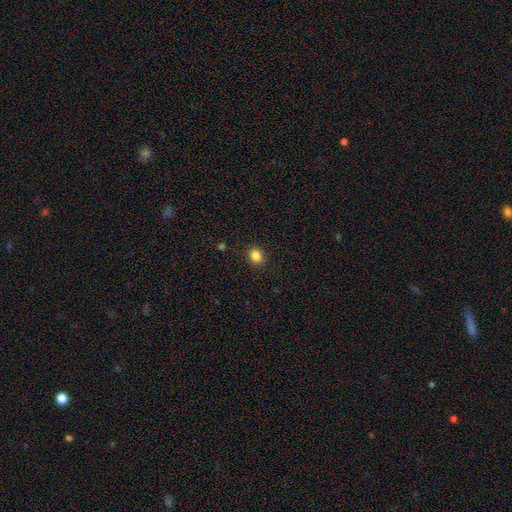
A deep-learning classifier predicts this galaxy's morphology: A smooth galaxy with no disk features (85%) that is round (65%).

Vote fractions:
- Smooth or featured? smooth: 85% / star or artifact: 11% / featured or disk: 4%
- How rounded? round: 65% / in between: 34% / cigar-shaped: 1%
- Merging? none: 90% / minor disturbance: 7% / major disturbance: 2% / merger: 1%